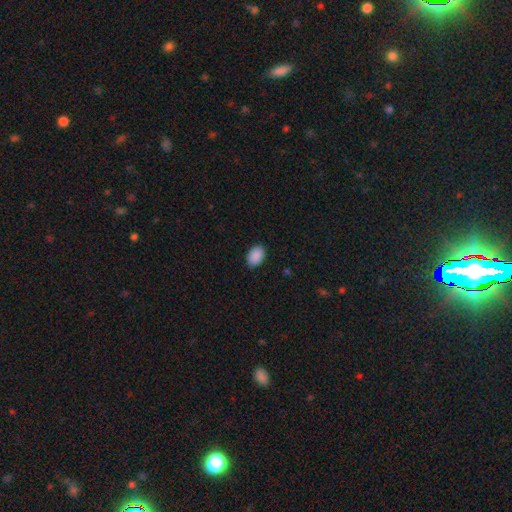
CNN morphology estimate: Smooth or featured: smooth — 91% (star or artifact — 7%)
How rounded: in between — 87% (round — 11%)
Merging: none — 89% (minor disturbance — 8%)